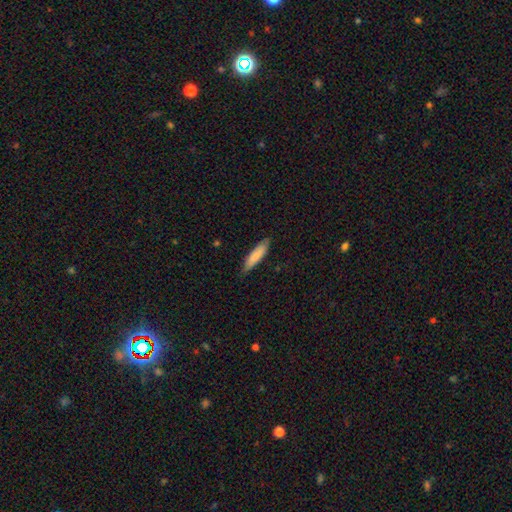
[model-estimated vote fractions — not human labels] This is clearly a smooth galaxy (83%). How rounded: likely cigar-shaped (71%). Merging: likely none (79%).